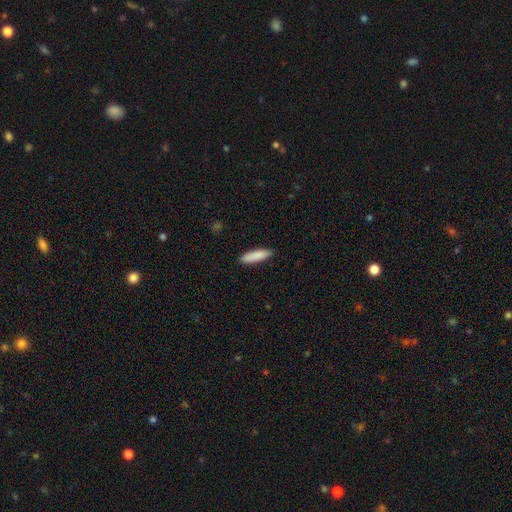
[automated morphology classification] The model was most divided on "how rounded": cigar-shaped: 69%, in between: 30%, round: 1%. More confident: merging — none (89%); smooth or featured — smooth (87%).